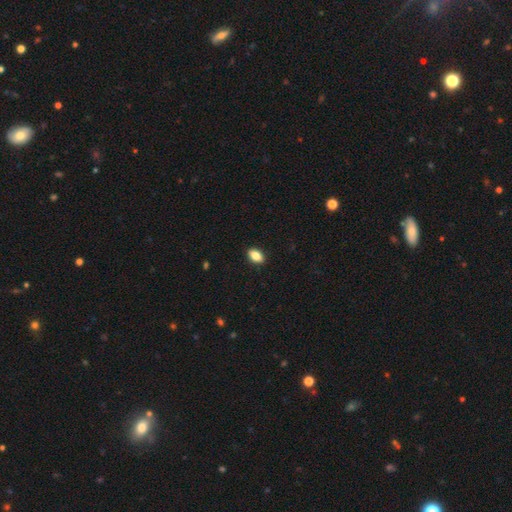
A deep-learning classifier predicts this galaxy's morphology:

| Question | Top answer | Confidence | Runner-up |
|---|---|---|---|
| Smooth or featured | smooth | 86% | star or artifact (8%) |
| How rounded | in between | 89% | round (8%) |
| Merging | none | 90% | minor disturbance (7%) |